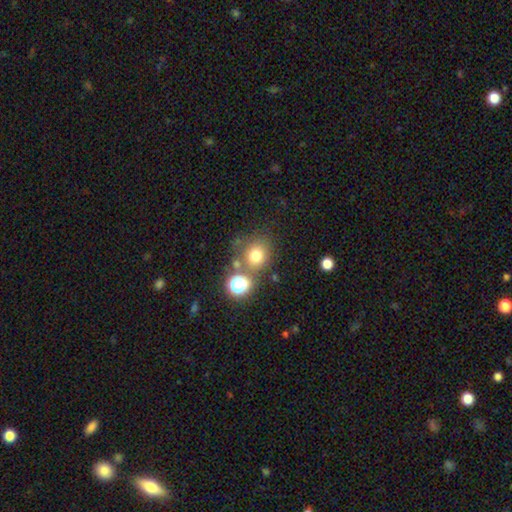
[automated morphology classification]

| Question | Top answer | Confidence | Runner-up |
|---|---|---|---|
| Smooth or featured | smooth | 73% | star or artifact (18%) |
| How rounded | round | 82% | in between (17%) |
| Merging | none | 66% | merger (17%) |